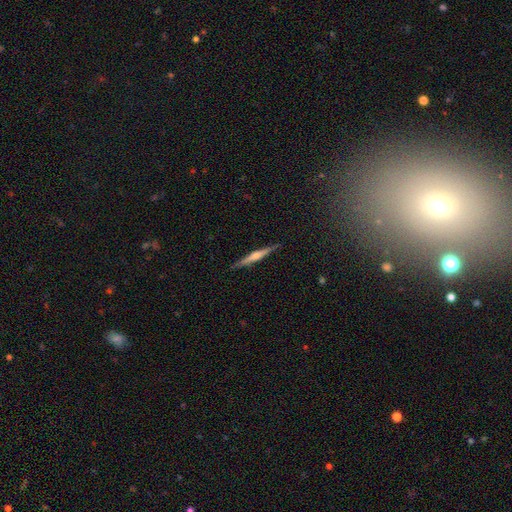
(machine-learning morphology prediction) Smooth or featured? Predicted: featured or disk (p=0.65). Edge-on disk? Predicted: yes (p=0.98). Edge-on bulge? Predicted: rounded (p=0.62). Merging? Predicted: none (p=0.90).